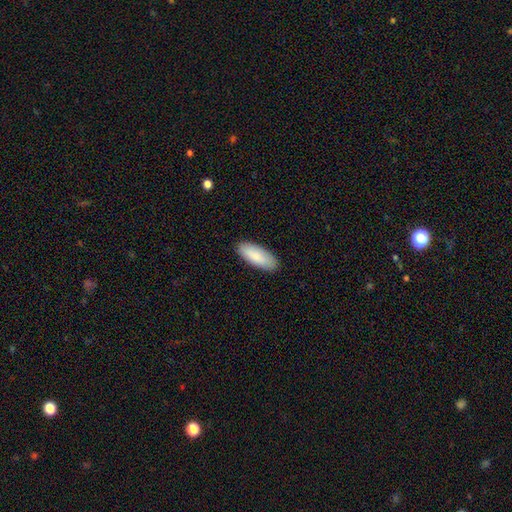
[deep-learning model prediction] A smooth galaxy with no disk features (88%) that is in between round and cigar-shaped (77%). Merging: none (89%).